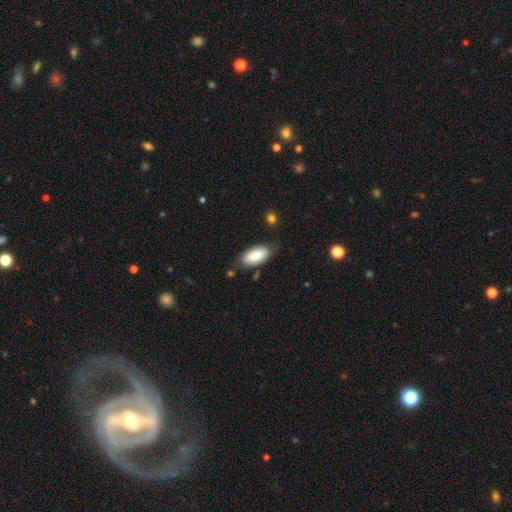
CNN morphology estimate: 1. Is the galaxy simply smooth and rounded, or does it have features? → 83% smooth, 11% featured or disk, 6% star or artifact.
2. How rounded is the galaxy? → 92% in between, 6% cigar-shaped, 2% round.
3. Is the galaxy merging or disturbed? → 73% none, 20% minor disturbance, 5% major disturbance, 3% merger.